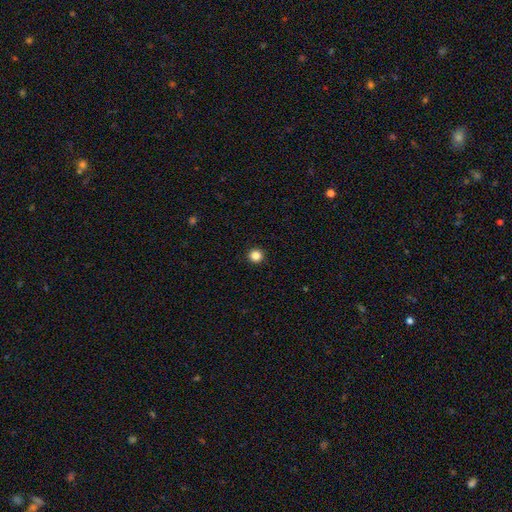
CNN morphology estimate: smooth 85%, star or artifact 11%, featured or disk 3%. Down the decision tree: how rounded — round (96%); merging — none (94%).